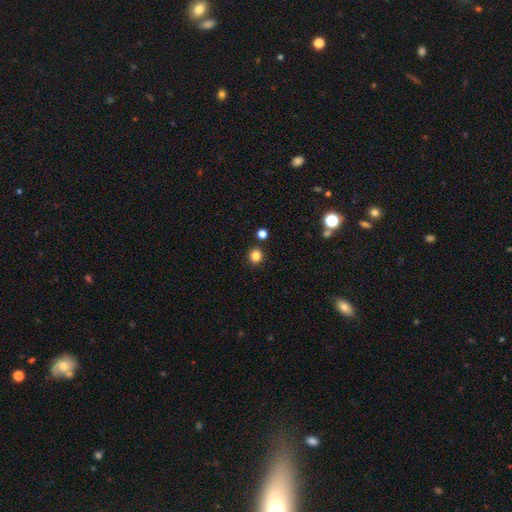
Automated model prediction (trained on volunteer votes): Overall: smooth (84%). How rounded: round (90%). Merging: none (89%).